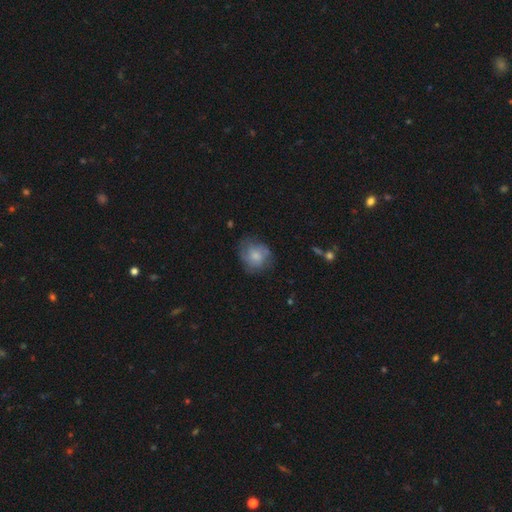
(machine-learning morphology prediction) smooth 60%, featured or disk 32%, star or artifact 8%. Down the decision tree: how rounded — round (75%); merging — none (64%).